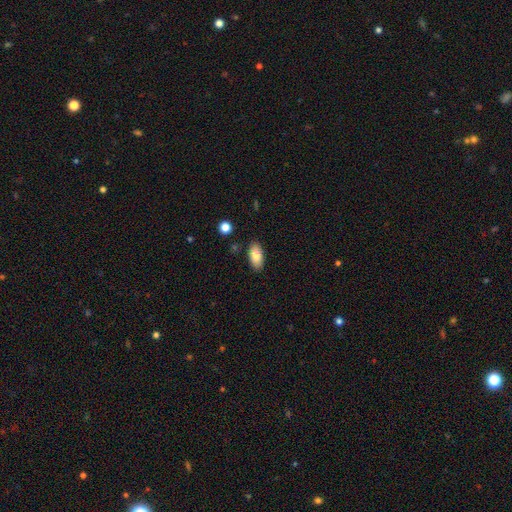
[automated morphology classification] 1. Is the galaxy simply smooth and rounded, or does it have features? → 82% smooth, 11% featured or disk, 7% star or artifact.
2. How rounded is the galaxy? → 91% in between, 6% cigar-shaped, 3% round.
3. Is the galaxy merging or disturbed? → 85% none, 10% minor disturbance, 2% major disturbance, 2% merger.